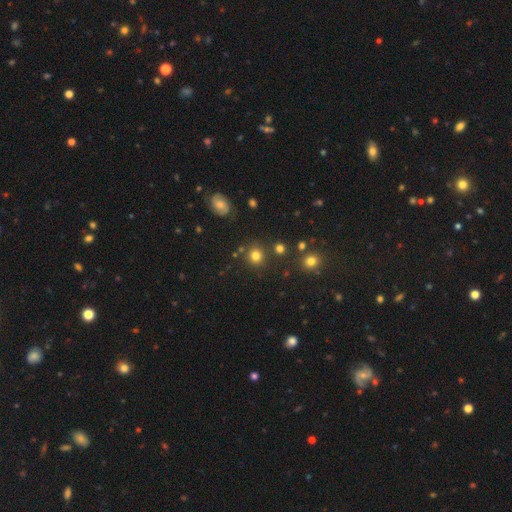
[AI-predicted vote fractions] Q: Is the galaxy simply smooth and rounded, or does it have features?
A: smooth — 79%.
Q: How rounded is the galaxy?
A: round — 90%.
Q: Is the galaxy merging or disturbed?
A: none — 84%.